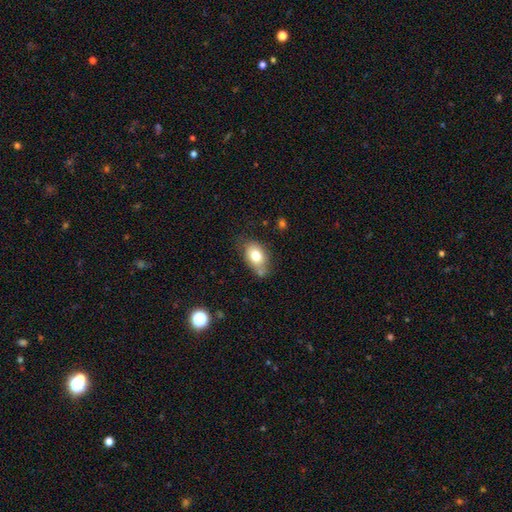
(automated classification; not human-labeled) Q: Smooth or featured?
A: smooth (77%); runner-up: featured or disk (14%)
Q: How rounded?
A: in between (82%); runner-up: round (17%)
Q: Merging?
A: none (58%); runner-up: minor disturbance (26%)